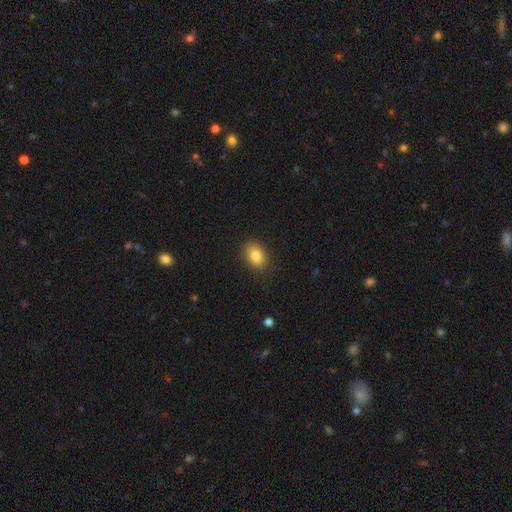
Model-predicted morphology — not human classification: This is clearly a smooth galaxy (85%). How rounded: likely in between (80%). Merging: clearly none (87%).